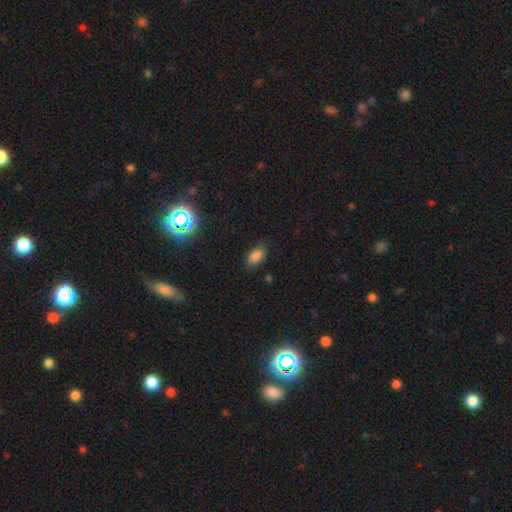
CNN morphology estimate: Smooth or featured: smooth — 82% (star or artifact — 12%)
How rounded: in between — 90% (round — 7%)
Merging: none — 76% (minor disturbance — 18%)